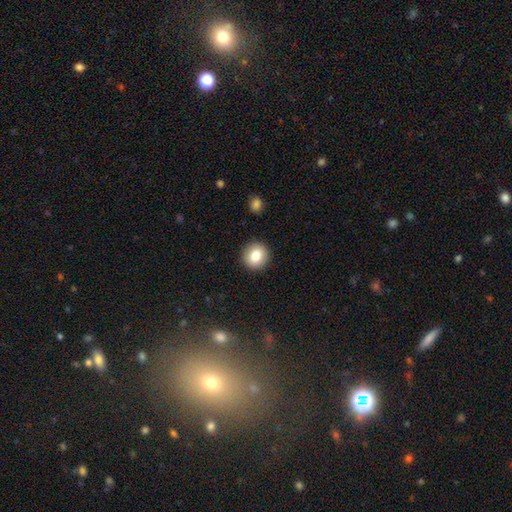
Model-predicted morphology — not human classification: smooth-or-featured: smooth: 81% | featured or disk: 9% | star or artifact: 9%
  how-rounded: round: 92% | in between: 7% | cigar-shaped: 1%
  merging: none: 91% | minor disturbance: 6% | major disturbance: 2% | merger: 1%